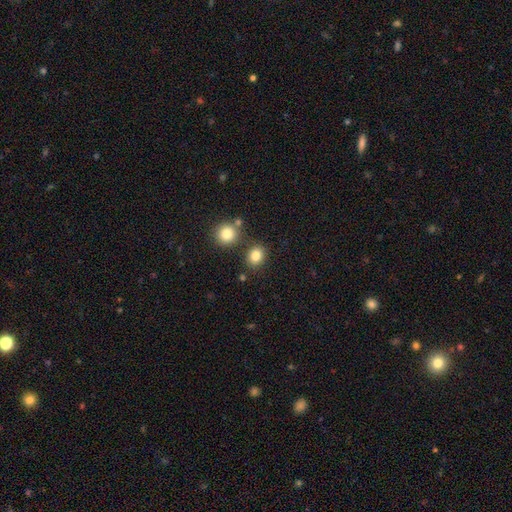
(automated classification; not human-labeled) A smooth galaxy with no disk features (83%) that is round (62%). Merging: none (78%).